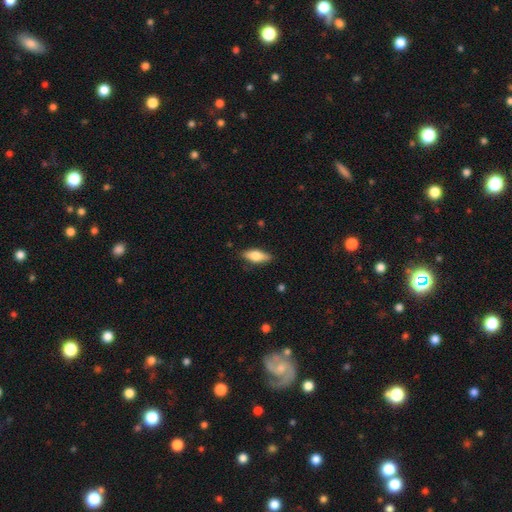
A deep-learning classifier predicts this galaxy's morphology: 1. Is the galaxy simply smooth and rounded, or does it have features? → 69% smooth, 25% featured or disk, 6% star or artifact.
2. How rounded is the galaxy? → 71% in between, 27% cigar-shaped, 3% round.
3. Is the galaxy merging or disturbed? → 84% none, 13% minor disturbance, 2% major disturbance, 1% merger.